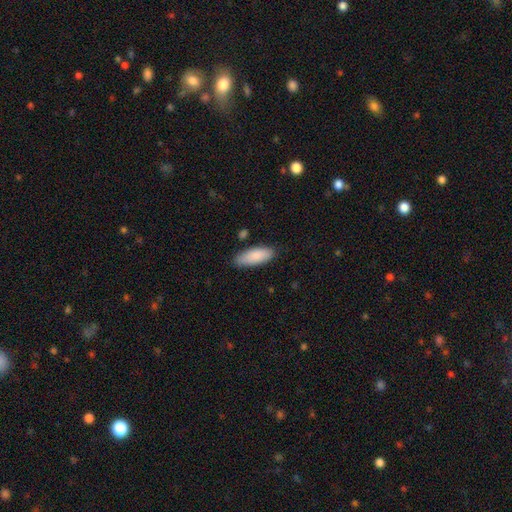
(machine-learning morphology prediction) Smooth or featured: smooth — 88% (featured or disk — 6%)
How rounded: in between — 73% (cigar-shaped — 25%)
Merging: none — 81% (minor disturbance — 14%)